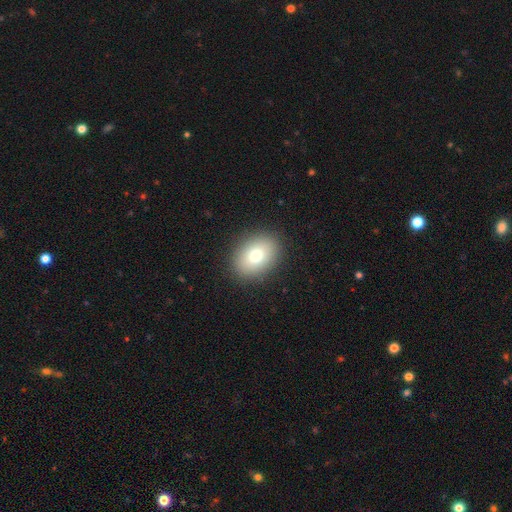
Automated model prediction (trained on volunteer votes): Smooth or featured? smooth (75%)
How rounded? in between (66%)
Merging? none (89%)